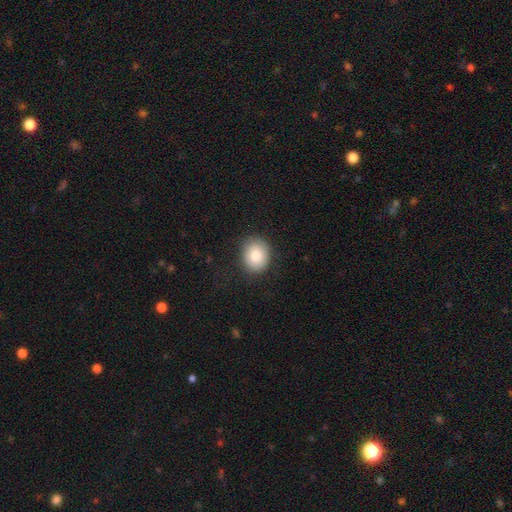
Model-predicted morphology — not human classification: A smooth galaxy with no disk features (82%) that is round (61%).

Vote fractions:
- Smooth or featured? smooth: 82% / featured or disk: 10% / star or artifact: 8%
- How rounded? round: 61% / in between: 38% / cigar-shaped: 1%
- Merging? none: 83% / minor disturbance: 12% / major disturbance: 4% / merger: 1%